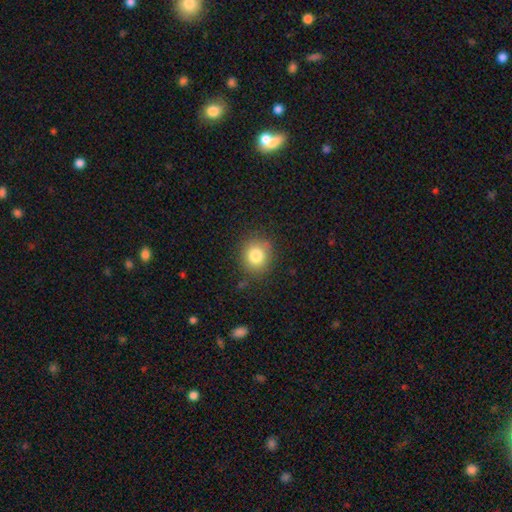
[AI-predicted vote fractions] Morphology: type=smooth (82%); roundness=round (81%); merging=none (83%).